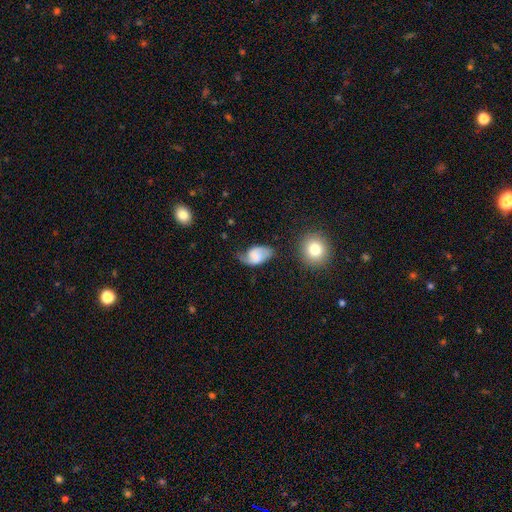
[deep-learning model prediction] featured or disk 49%, smooth 42%, star or artifact 9%. Down the decision tree: merging — none (43%).